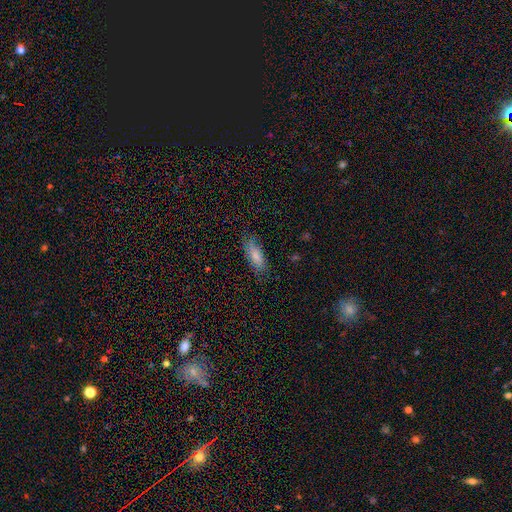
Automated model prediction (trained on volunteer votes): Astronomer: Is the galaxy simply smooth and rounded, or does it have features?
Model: smooth — 81%.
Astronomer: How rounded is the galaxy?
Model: in between — 64%.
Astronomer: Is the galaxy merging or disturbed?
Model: none — 80%.